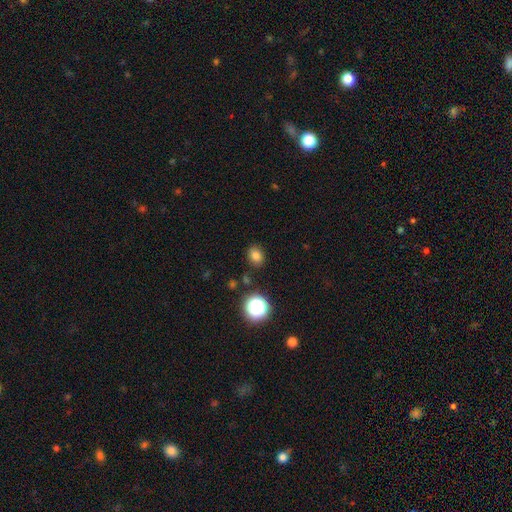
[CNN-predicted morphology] A smooth galaxy with no disk features (78%) that is round (53%). Merging: none (85%).